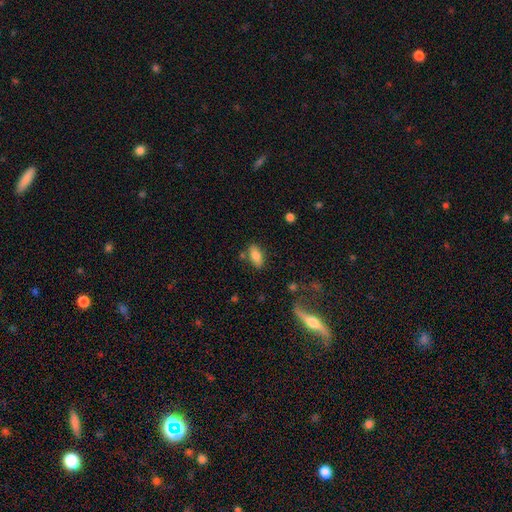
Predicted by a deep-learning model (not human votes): Smooth or featured? smooth (81%)
How rounded? in between (86%)
Merging? none (80%)